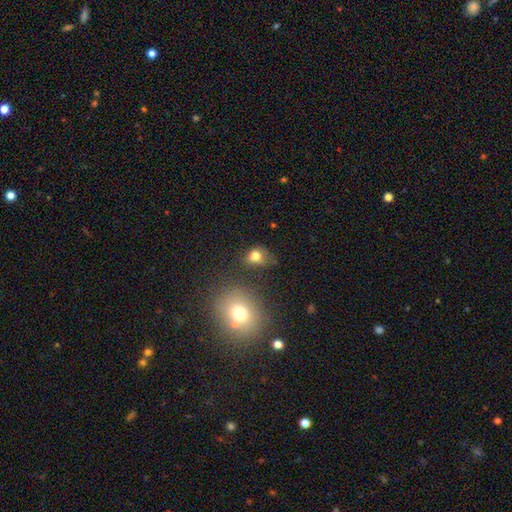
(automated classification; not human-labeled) A smooth galaxy with no disk features (75%) that is round (50%).

Vote fractions:
- Smooth or featured? smooth: 75% / star or artifact: 14% / featured or disk: 11%
- How rounded? round: 50% / in between: 49% / cigar-shaped: 1%
- Merging? none: 48% / minor disturbance: 25% / merger: 14% / major disturbance: 13%